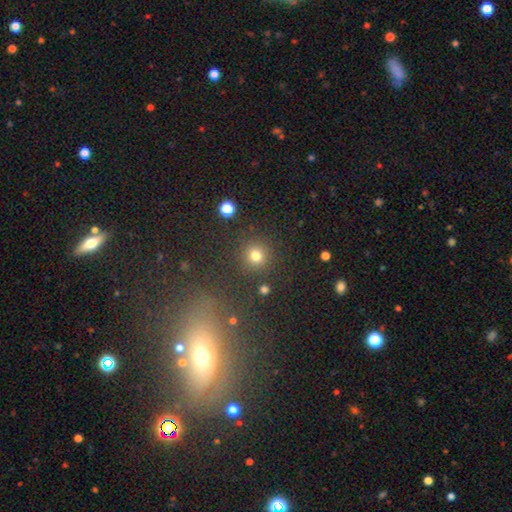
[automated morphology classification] smooth_or_featured: smooth (p=0.77) [alt: star or artifact p=0.17]
how_rounded: round (p=0.94) [alt: in between p=0.05]
merging: none (p=0.87) [alt: minor disturbance p=0.07]